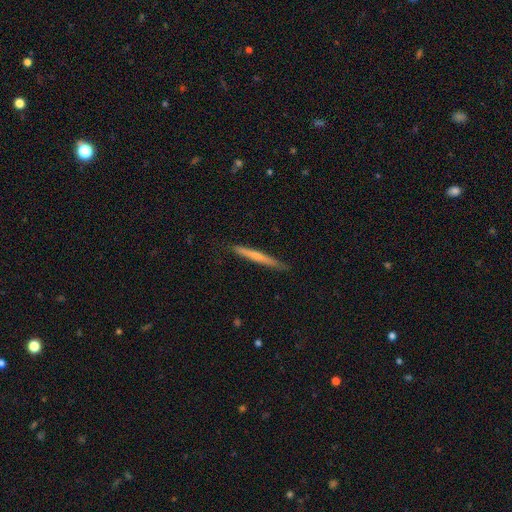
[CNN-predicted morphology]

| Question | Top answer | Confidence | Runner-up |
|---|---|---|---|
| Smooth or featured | smooth | 56% | featured or disk (38%) |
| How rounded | cigar-shaped | 97% | in between (2%) |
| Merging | none | 87% | minor disturbance (10%) |